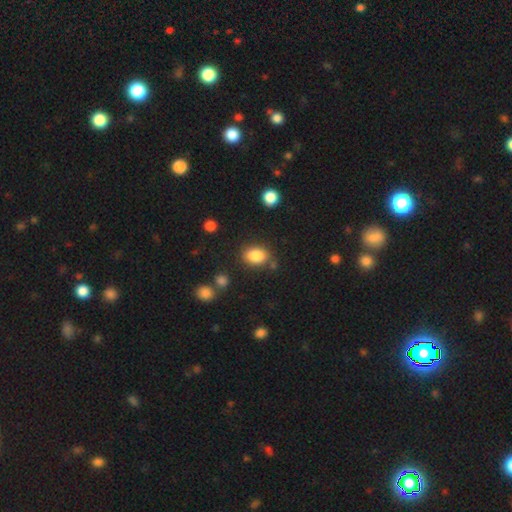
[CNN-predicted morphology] Smooth or featured? Predicted: smooth (p=0.85). How rounded? Predicted: in between (p=0.74). Merging? Predicted: none (p=0.77).